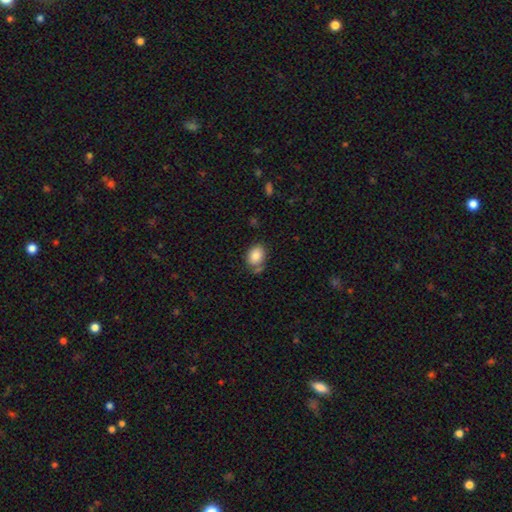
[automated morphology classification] Q: Smooth or featured?
A: smooth (84%); runner-up: star or artifact (8%)
Q: How rounded?
A: in between (67%); runner-up: round (32%)
Q: Merging?
A: none (60%); runner-up: minor disturbance (22%)